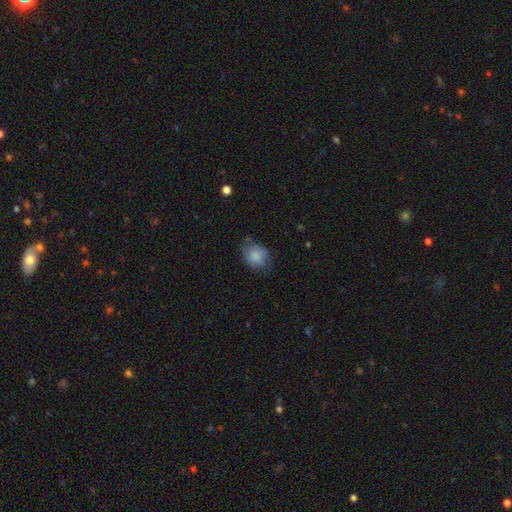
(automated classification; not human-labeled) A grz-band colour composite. It shows a smooth galaxy with no disk features (81%) that is round (50%). Merging: none (58%).